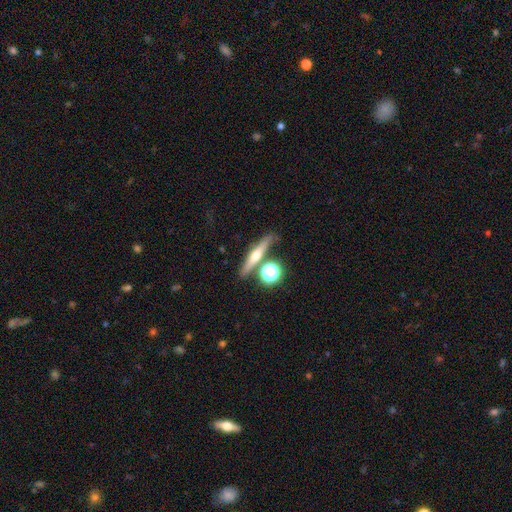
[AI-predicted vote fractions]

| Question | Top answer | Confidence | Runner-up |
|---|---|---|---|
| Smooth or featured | featured or disk | 58% | smooth (31%) |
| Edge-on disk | yes | 92% | no (8%) |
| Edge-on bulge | rounded | 92% | none (5%) |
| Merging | none | 76% | merger (11%) |